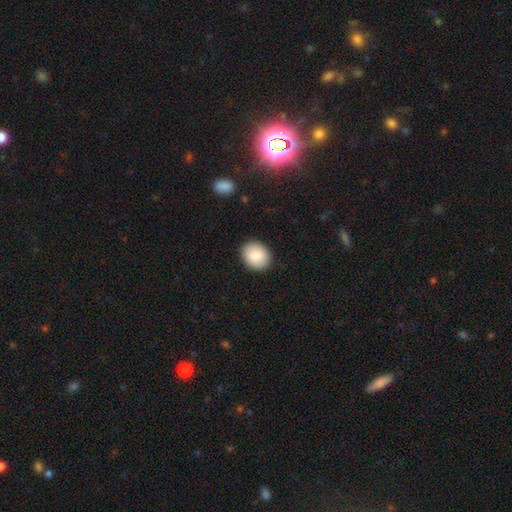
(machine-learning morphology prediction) A smooth galaxy with no disk features (86%) that is round (58%). Merging: none (90%).